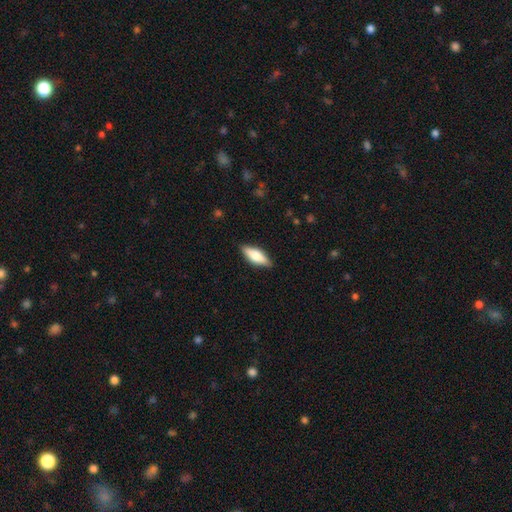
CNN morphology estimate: smooth-or-featured: smooth: 64% | featured or disk: 30% | star or artifact: 6%
  how-rounded: in between: 66% | cigar-shaped: 32% | round: 2%
  merging: none: 87% | minor disturbance: 10% | major disturbance: 2% | merger: 1%